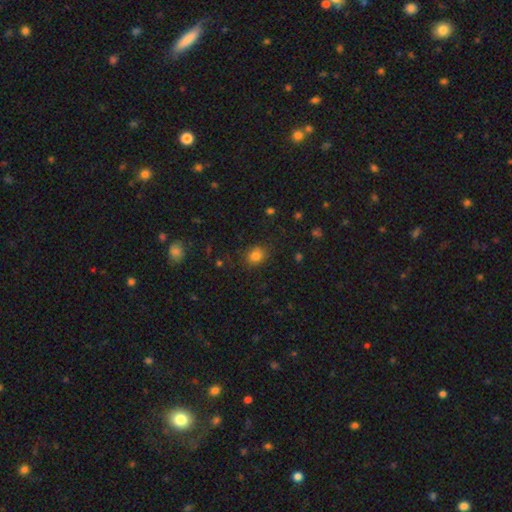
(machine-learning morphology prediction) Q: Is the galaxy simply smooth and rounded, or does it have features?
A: smooth — 79%.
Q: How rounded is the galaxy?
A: round — 63%.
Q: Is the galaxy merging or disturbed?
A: none — 82%.